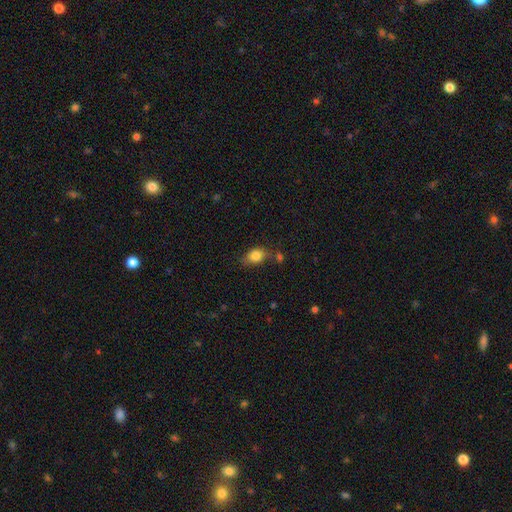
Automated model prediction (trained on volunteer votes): The model was most divided on "merging": none: 64%, minor disturbance: 22%, merger: 9%, major disturbance: 6%. More confident: smooth or featured — smooth (83%); how rounded — in between (76%).